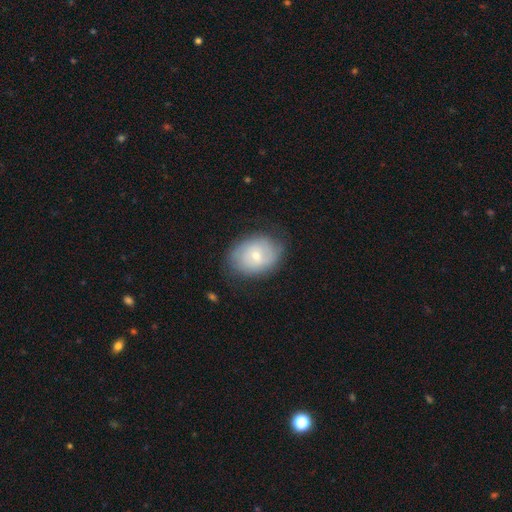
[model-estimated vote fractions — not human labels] Smooth or featured? smooth (47%)
Merging? none (75%)